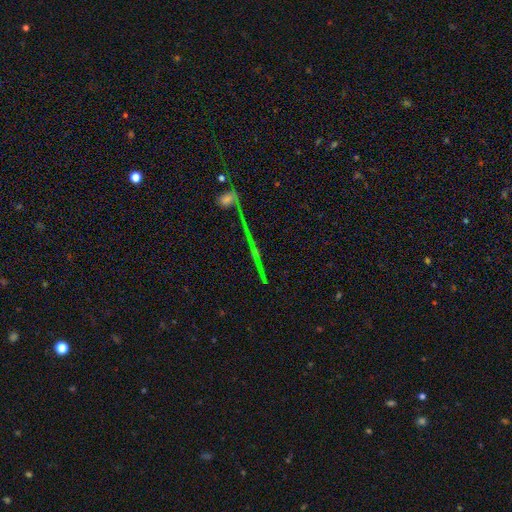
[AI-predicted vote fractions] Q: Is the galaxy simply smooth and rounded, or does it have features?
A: featured or disk — 52%.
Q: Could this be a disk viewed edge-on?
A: yes — 86%.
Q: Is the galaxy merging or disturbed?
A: none — 69%.